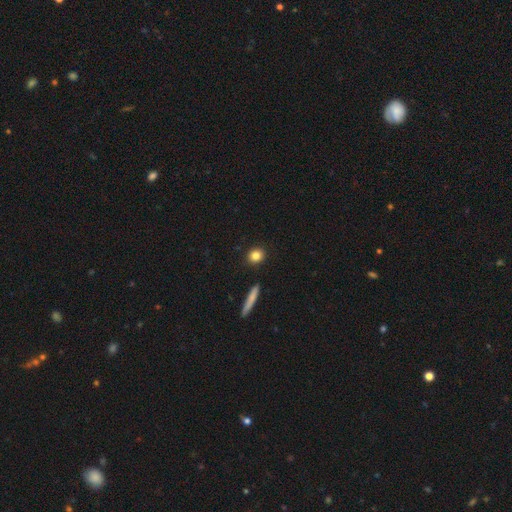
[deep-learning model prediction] Smooth or featured: smooth — 83% (star or artifact — 9%)
How rounded: round — 75% (in between — 22%)
Merging: none — 90% (minor disturbance — 6%)